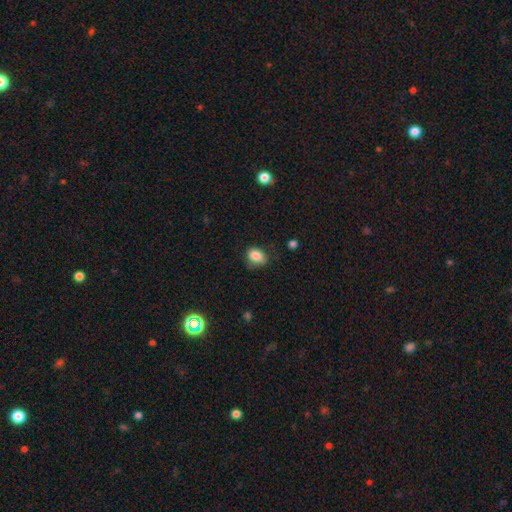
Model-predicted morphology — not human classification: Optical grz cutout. It shows a smooth galaxy with no disk features (85%) that is in between round and cigar-shaped (68%). Merging: none (67%).